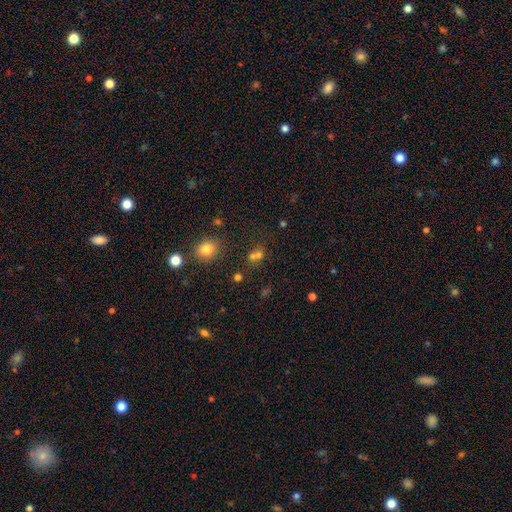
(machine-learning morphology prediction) smooth_or_featured: smooth (p=0.60) [alt: star or artifact p=0.29]
how_rounded: round (p=0.74) [alt: in between p=0.24]
merging: none (p=0.55) [alt: merger p=0.32]